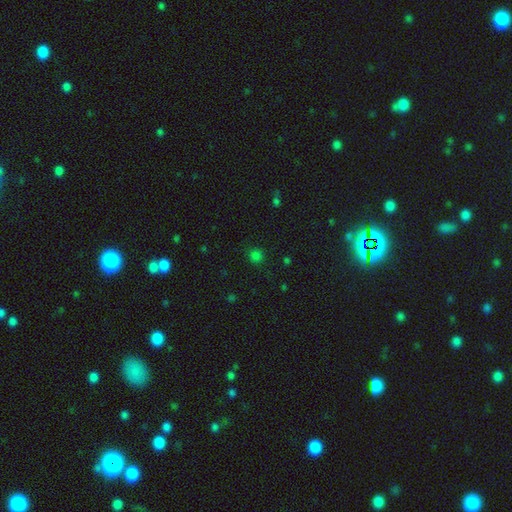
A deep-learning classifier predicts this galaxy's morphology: Q: Smooth or featured?
A: smooth (77%); runner-up: star or artifact (20%)
Q: How rounded?
A: round (91%); runner-up: in between (8%)
Q: Merging?
A: none (88%); runner-up: minor disturbance (8%)